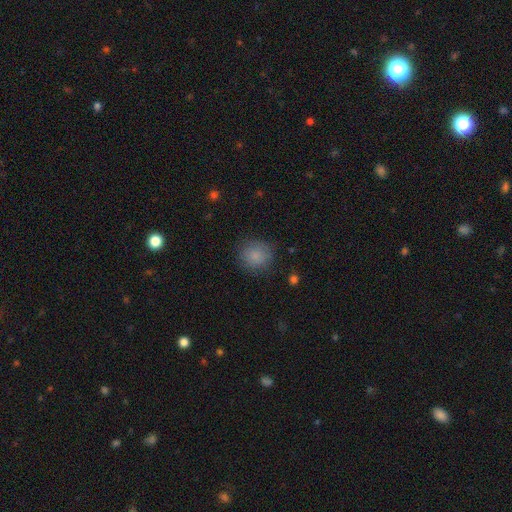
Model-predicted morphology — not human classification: Smooth or featured?
  - smooth: 84% *
  - star or artifact: 9%
  - featured or disk: 7%
How rounded?
  - round: 87% *
  - in between: 12%
  - cigar-shaped: 1%
Merging?
  - none: 80% *
  - minor disturbance: 14%
  - major disturbance: 4%
  - merger: 1%